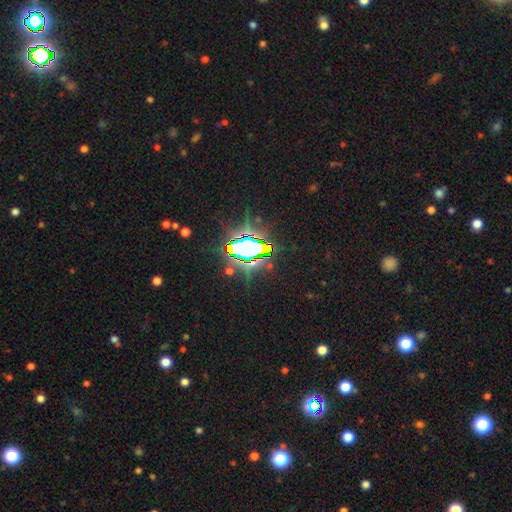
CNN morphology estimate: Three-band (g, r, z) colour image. It shows a star or artifact, not a galaxy (79%).